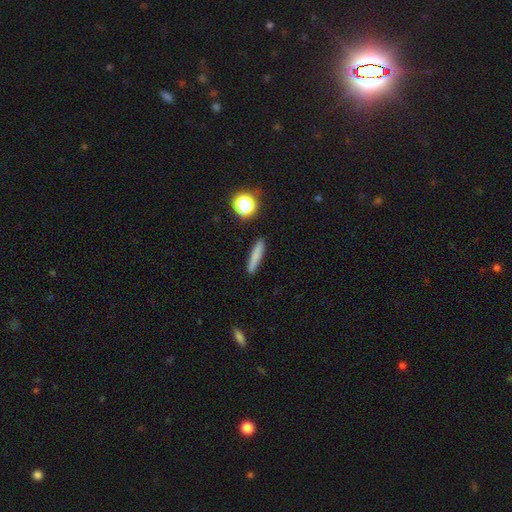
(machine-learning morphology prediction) smooth 78%, featured or disk 13%, star or artifact 10%. Down the decision tree: how rounded — cigar-shaped (89%); merging — none (89%).